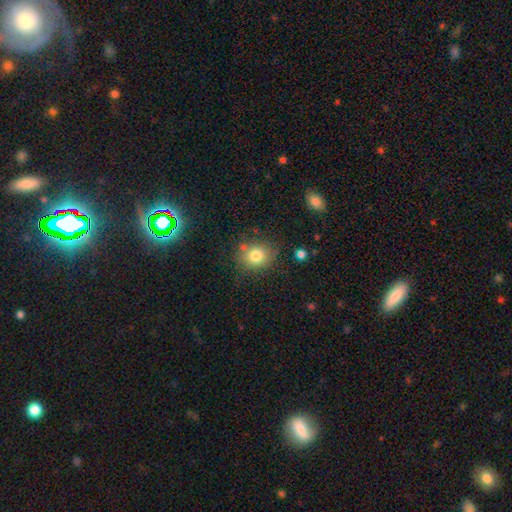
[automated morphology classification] smooth-or-featured: smooth: 79% | star or artifact: 12% | featured or disk: 9%
  how-rounded: round: 71% | in between: 28% | cigar-shaped: 1%
  merging: none: 77% | minor disturbance: 14% | merger: 5% | major disturbance: 4%